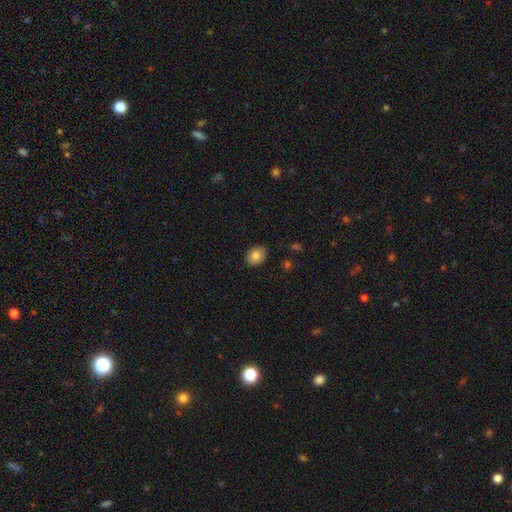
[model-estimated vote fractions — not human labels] The model was most divided on "how rounded": in between: 70%, round: 29%, cigar-shaped: 1%. More confident: merging — none (87%); smooth or featured — smooth (83%).